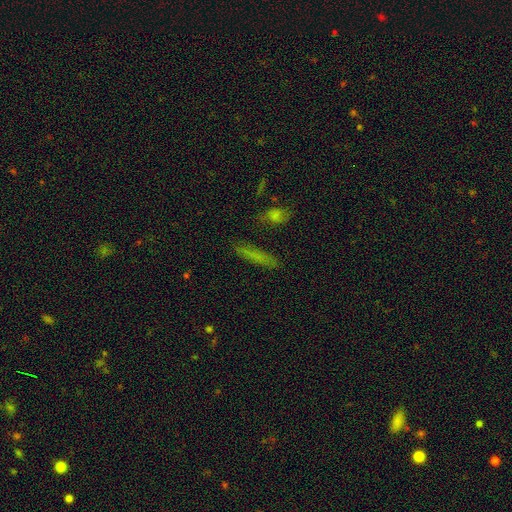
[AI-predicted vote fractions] smooth 65%, featured or disk 21%, star or artifact 14%. Down the decision tree: how rounded — cigar-shaped (89%); merging — none (83%).